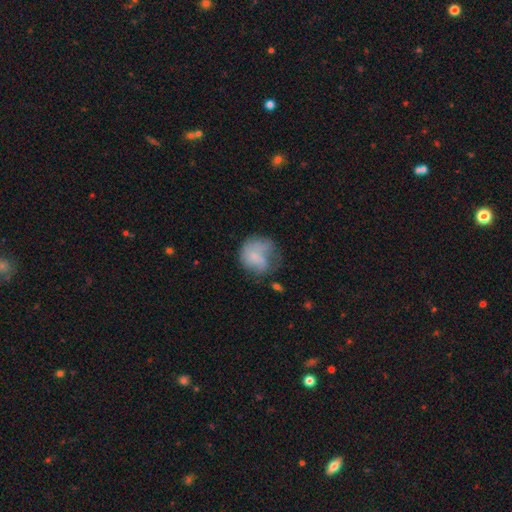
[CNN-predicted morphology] smooth 64%, featured or disk 28%, star or artifact 9%. Down the decision tree: how rounded — round (70%); merging — none (33%, tied with major disturbance).